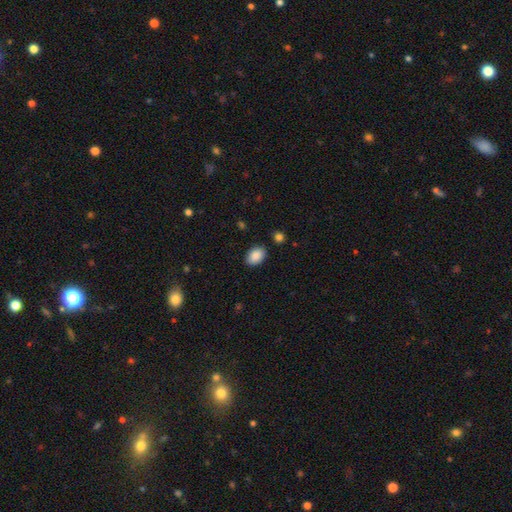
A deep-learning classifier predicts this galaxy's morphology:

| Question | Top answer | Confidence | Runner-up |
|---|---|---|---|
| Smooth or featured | smooth | 89% | star or artifact (7%) |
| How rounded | in between | 83% | round (16%) |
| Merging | none | 86% | minor disturbance (10%) |